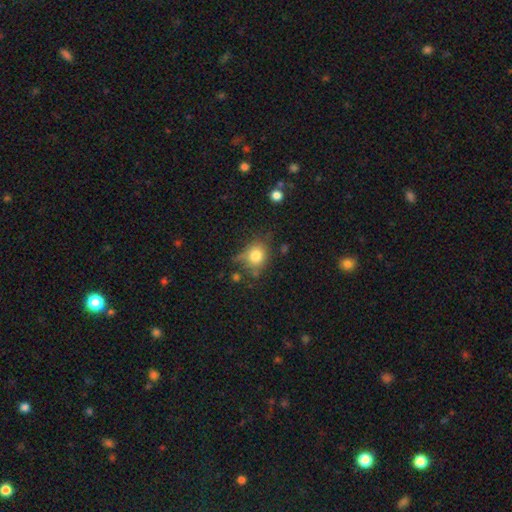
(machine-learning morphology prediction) Smooth or featured: smooth — 78% (star or artifact — 11%)
How rounded: round — 67% (in between — 32%)
Merging: none — 61% (minor disturbance — 24%)